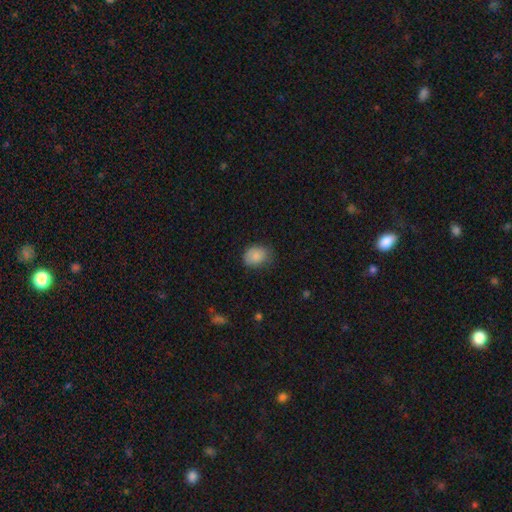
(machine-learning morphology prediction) Smooth or featured?
  - smooth: 85% *
  - star or artifact: 8%
  - featured or disk: 7%
How rounded?
  - in between: 54% *
  - round: 45%
  - cigar-shaped: 1%
Merging?
  - none: 66% *
  - minor disturbance: 27%
  - major disturbance: 6%
  - merger: 1%